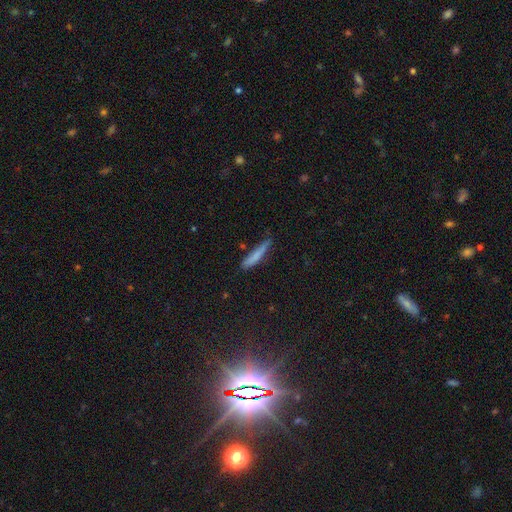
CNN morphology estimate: smooth-or-featured: smooth: 75% | featured or disk: 17% | star or artifact: 8%
  how-rounded: cigar-shaped: 92% | in between: 7% | round: 1%
  merging: none: 68% | minor disturbance: 23% | major disturbance: 5% | merger: 4%